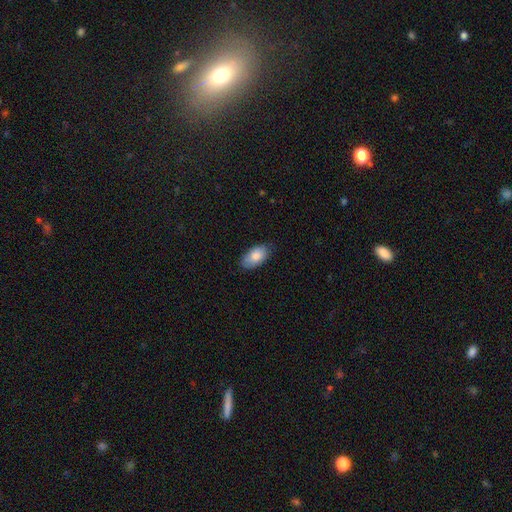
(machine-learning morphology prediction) Smooth or featured?
  - smooth: 84% *
  - featured or disk: 10%
  - star or artifact: 6%
How rounded?
  - in between: 94% *
  - round: 4%
  - cigar-shaped: 2%
Merging?
  - none: 79% *
  - minor disturbance: 17%
  - major disturbance: 3%
  - merger: 1%